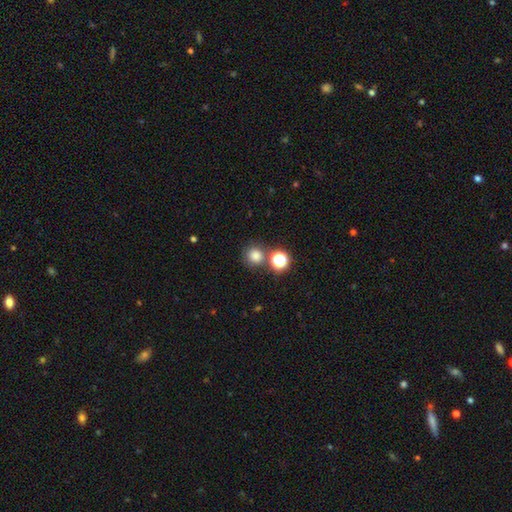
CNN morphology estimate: Smooth or featured: smooth — 78% (star or artifact — 17%)
How rounded: round — 91% (in between — 8%)
Merging: none — 72% (merger — 16%)